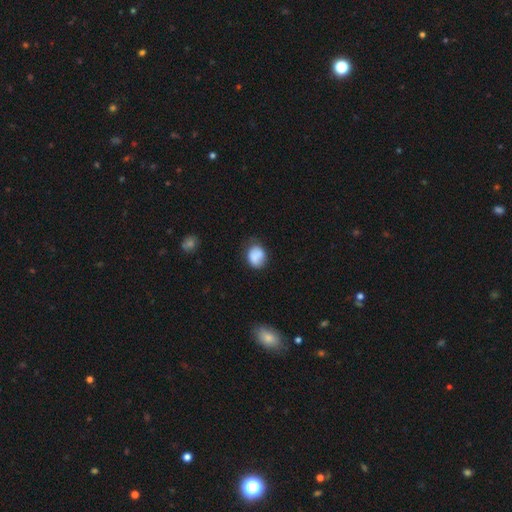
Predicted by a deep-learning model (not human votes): A smooth galaxy with no disk features (81%) that is in between round and cigar-shaped (50%). Merging: none (59%).